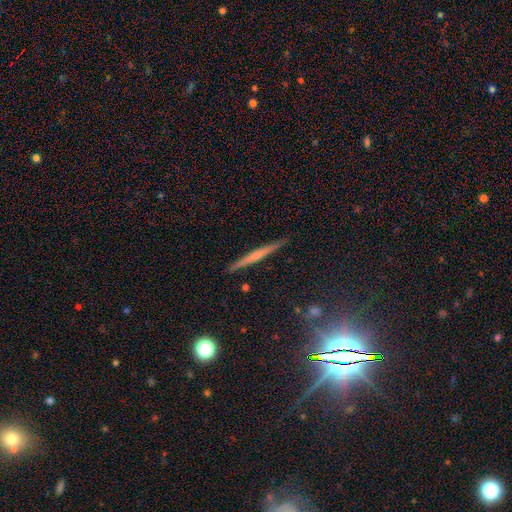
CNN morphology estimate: Smooth or featured? featured or disk (53%)
Edge-on disk? yes (97%)
Edge-on bulge? none (63%)
Merging? none (91%)